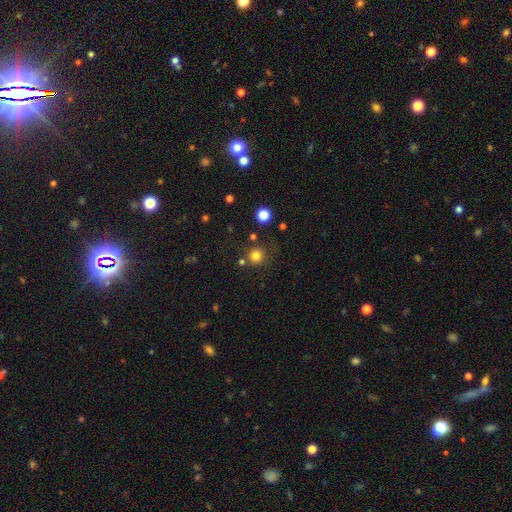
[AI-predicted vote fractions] A smooth galaxy with no disk features (80%) that is round (94%). Merging: none (81%).